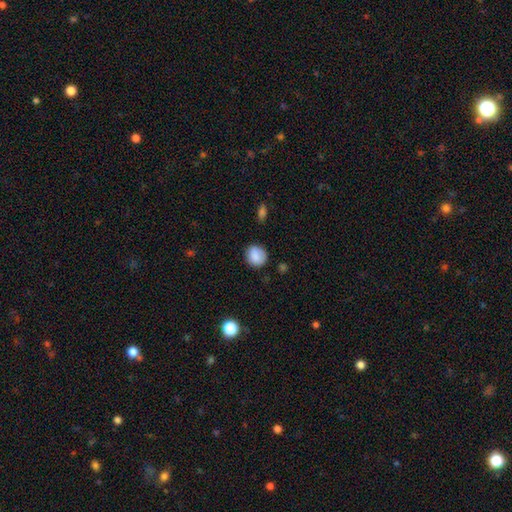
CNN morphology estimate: Smooth or featured? smooth (85%)
How rounded? round (74%)
Merging? none (78%)